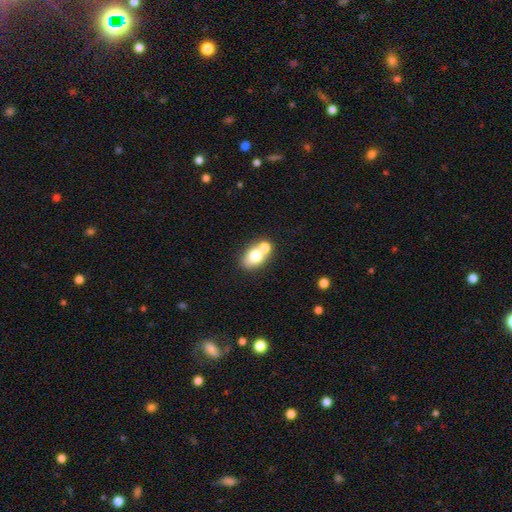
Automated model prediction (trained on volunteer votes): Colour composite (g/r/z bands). It shows a smooth galaxy with no disk features (71%) that is in between round and cigar-shaped (72%). Merging: merger (49%).